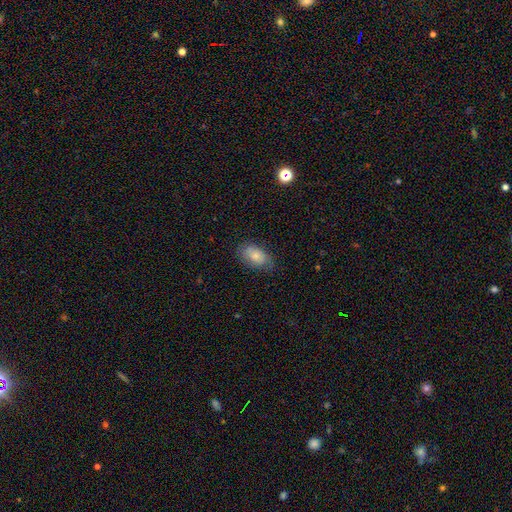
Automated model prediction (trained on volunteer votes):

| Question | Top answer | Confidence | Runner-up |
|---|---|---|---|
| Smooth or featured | smooth | 74% | featured or disk (19%) |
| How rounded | in between | 91% | round (7%) |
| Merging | none | 72% | minor disturbance (21%) |